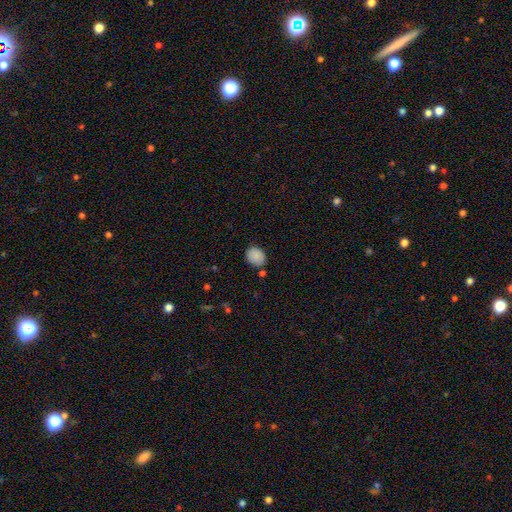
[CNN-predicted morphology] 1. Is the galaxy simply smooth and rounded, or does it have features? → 87% smooth, 8% star or artifact, 5% featured or disk.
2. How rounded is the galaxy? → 50% round, 49% in between, 1% cigar-shaped.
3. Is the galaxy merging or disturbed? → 75% none, 15% minor disturbance, 6% merger, 3% major disturbance.